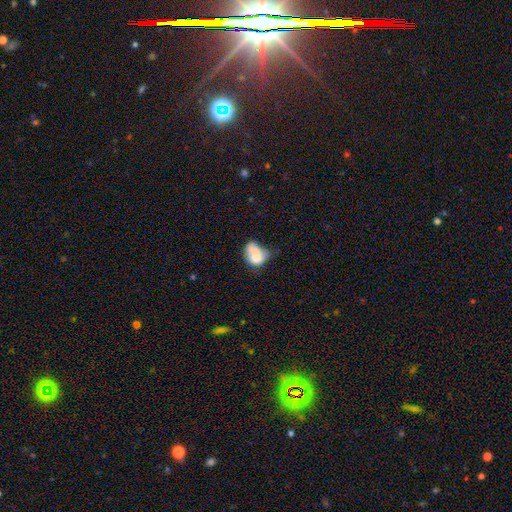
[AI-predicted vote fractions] Morphology: type=smooth (69%); roundness=in between (62%); merging=merger (36%).